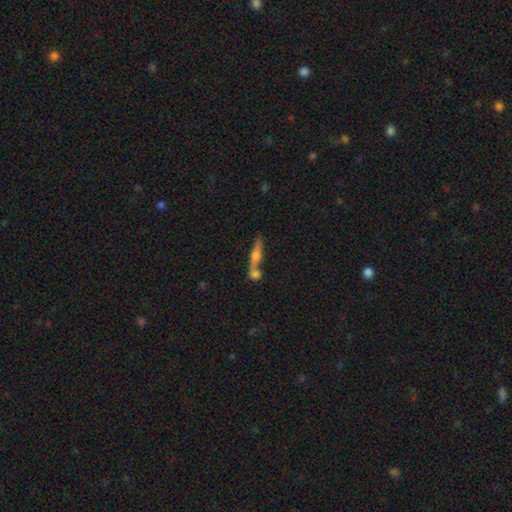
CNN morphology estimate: Overall: smooth (49%; featured or disk 43%). Merging: none (44%; merger 42%).